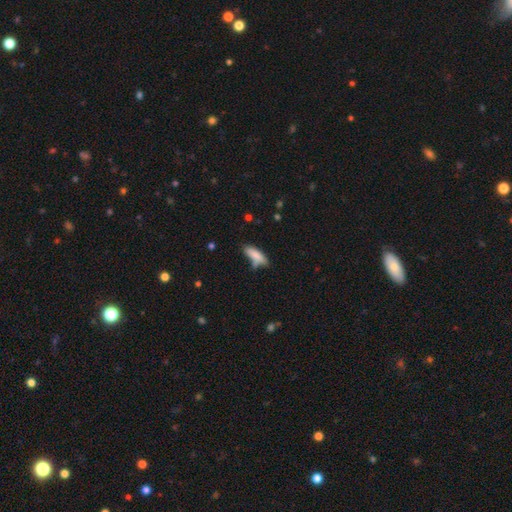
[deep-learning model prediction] The model was most divided on "how rounded": in between: 51%, cigar-shaped: 47%, round: 2%. More confident: smooth or featured — smooth (81%); merging — none (59%).